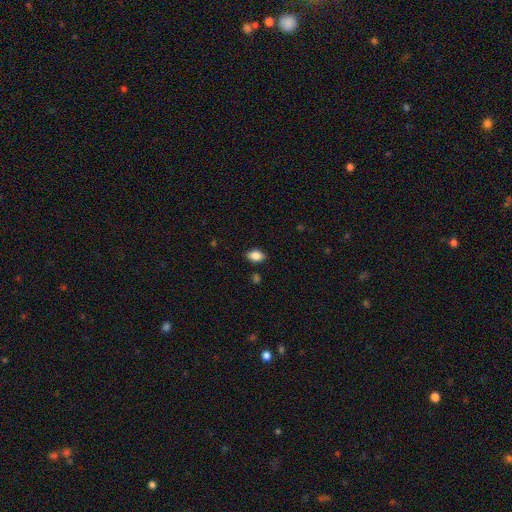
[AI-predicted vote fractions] This appears to be a smooth galaxy with no disk features (84%) that is in between round and cigar-shaped (87%). Merging: none (84%).